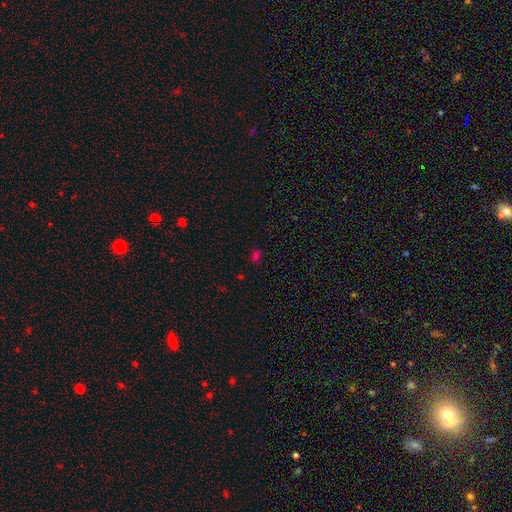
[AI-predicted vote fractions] A smooth galaxy with no disk features (66%) that is in between round and cigar-shaped (68%). Merging: none (81%).